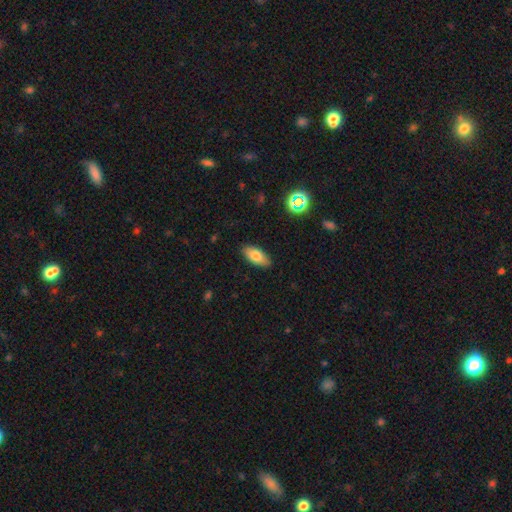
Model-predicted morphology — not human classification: Smooth or featured?
  - smooth: 79% *
  - featured or disk: 12%
  - star or artifact: 9%
How rounded?
  - in between: 87% *
  - cigar-shaped: 10%
  - round: 3%
Merging?
  - none: 87% *
  - minor disturbance: 10%
  - major disturbance: 2%
  - merger: 1%